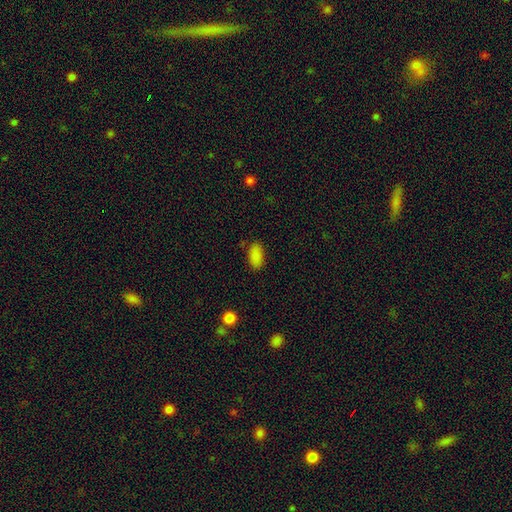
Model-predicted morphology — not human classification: A smooth galaxy with no disk features (87%) that is in between round and cigar-shaped (93%). Merging: none (85%).